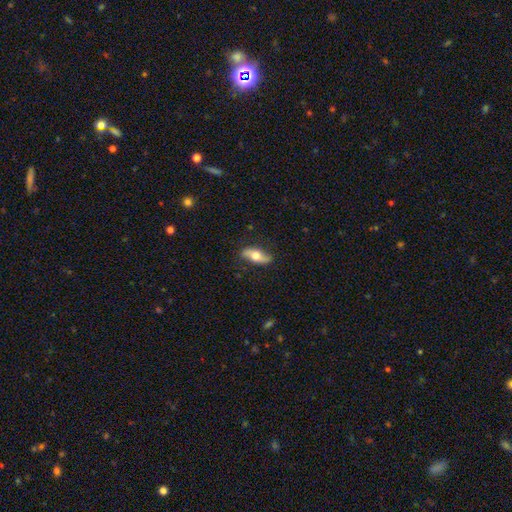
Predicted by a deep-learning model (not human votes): The model was most divided on "smooth or featured": smooth: 55%, featured or disk: 40%, star or artifact: 6%. More confident: merging — none (83%); how rounded — in between (71%).